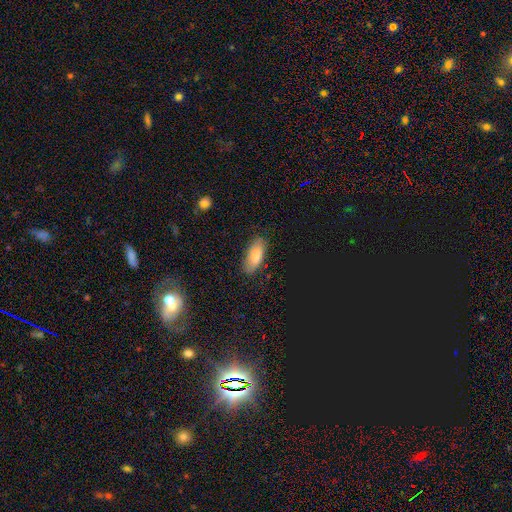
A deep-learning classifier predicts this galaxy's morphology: A smooth galaxy with no disk features (66%) that is in between round and cigar-shaped (83%). Merging: none (83%).